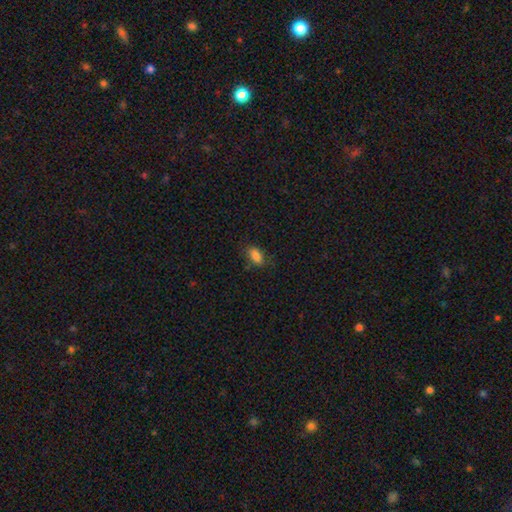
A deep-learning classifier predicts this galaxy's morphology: type=smooth (85%); roundness=in between (90%); merging=none (77%).